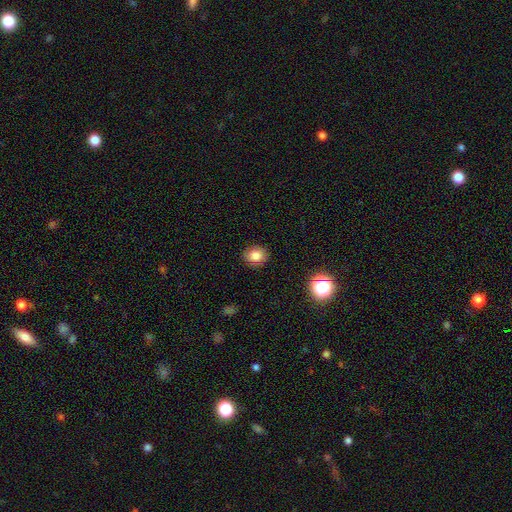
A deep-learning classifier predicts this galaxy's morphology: A smooth galaxy with no disk features (82%) that is round (62%).

Vote fractions:
- Smooth or featured? smooth: 82% / star or artifact: 11% / featured or disk: 7%
- How rounded? round: 62% / in between: 37% / cigar-shaped: 1%
- Merging? none: 88% / minor disturbance: 9% / major disturbance: 2% / merger: 1%